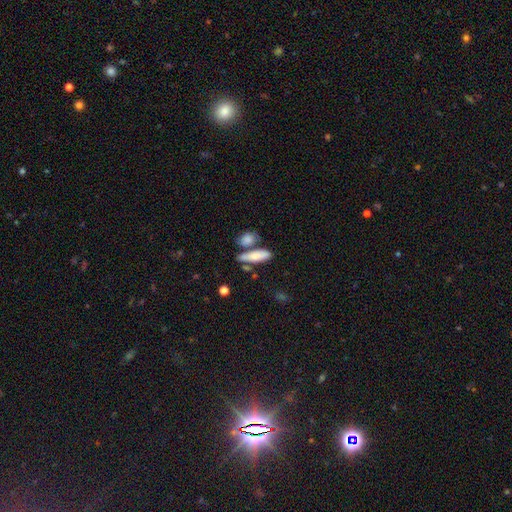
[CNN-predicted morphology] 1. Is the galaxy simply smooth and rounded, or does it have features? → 80% smooth, 14% featured or disk, 6% star or artifact.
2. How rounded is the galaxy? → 53% in between, 43% cigar-shaped, 4% round.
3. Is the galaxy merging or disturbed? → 56% none, 25% merger, 14% minor disturbance, 5% major disturbance.